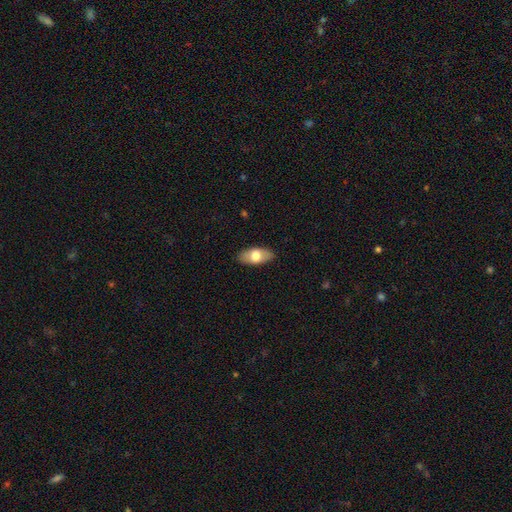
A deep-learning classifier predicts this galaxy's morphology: Smooth or featured: smooth — 69% (featured or disk — 25%)
How rounded: in between — 91% (cigar-shaped — 6%)
Merging: none — 87% (minor disturbance — 10%)